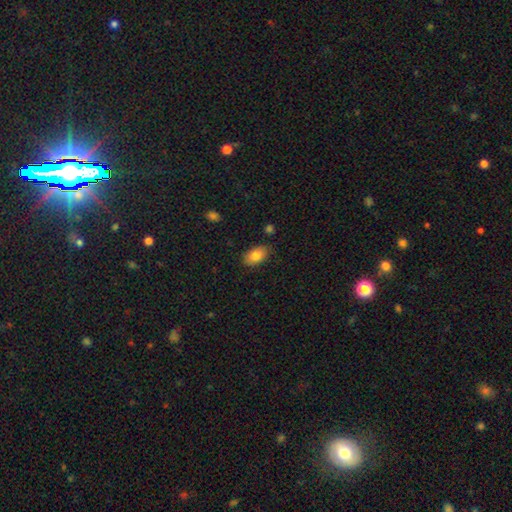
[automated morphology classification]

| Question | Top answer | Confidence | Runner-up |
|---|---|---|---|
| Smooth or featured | smooth | 81% | featured or disk (11%) |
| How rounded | in between | 92% | round (7%) |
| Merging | none | 83% | minor disturbance (13%) |